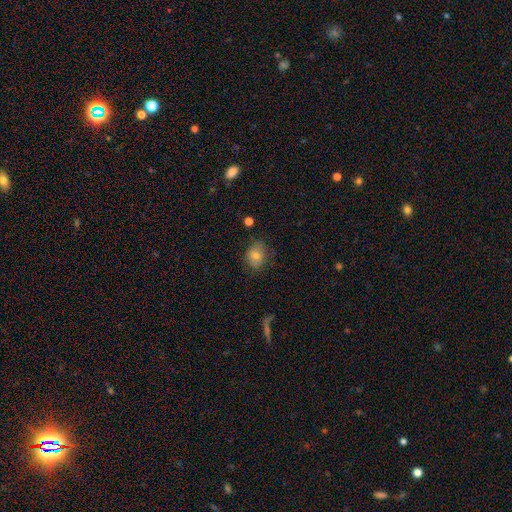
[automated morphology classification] A smooth galaxy with no disk features (66%) that is round (55%). Merging: none (71%).